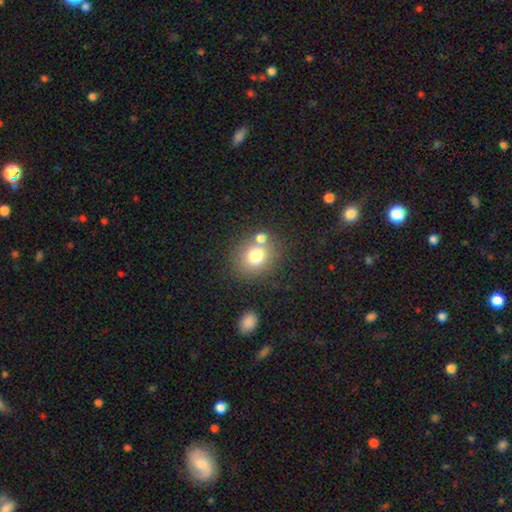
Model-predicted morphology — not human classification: Smooth or featured?
  - smooth: 75% *
  - star or artifact: 13%
  - featured or disk: 12%
How rounded?
  - round: 73% *
  - in between: 26%
  - cigar-shaped: 1%
Merging?
  - none: 63% *
  - merger: 22%
  - minor disturbance: 11%
  - major disturbance: 4%